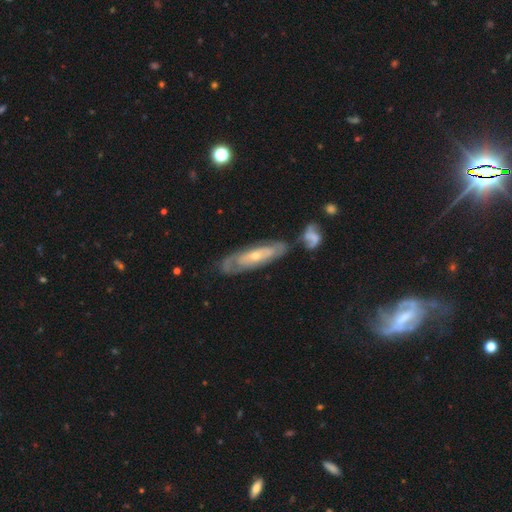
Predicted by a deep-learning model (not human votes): featured or disk 74%, smooth 20%, star or artifact 6%. Down the decision tree: edge-on disk — no (76%); bar — no (66%); spiral arms — yes (77%); bulge size — small (60%); merging — none (69%).